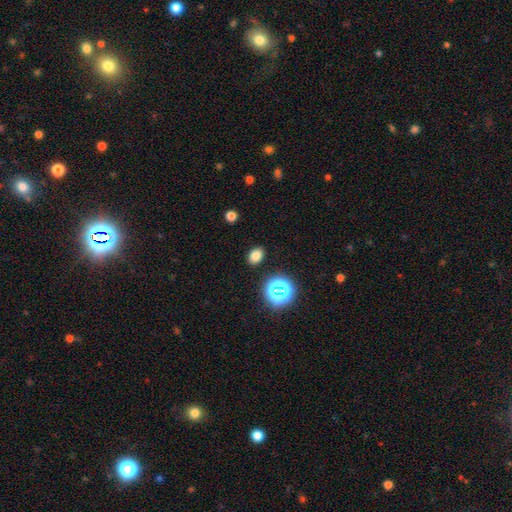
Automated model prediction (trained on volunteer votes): A smooth galaxy with no disk features (78%) that is in between round and cigar-shaped (71%). Merging: none (88%).